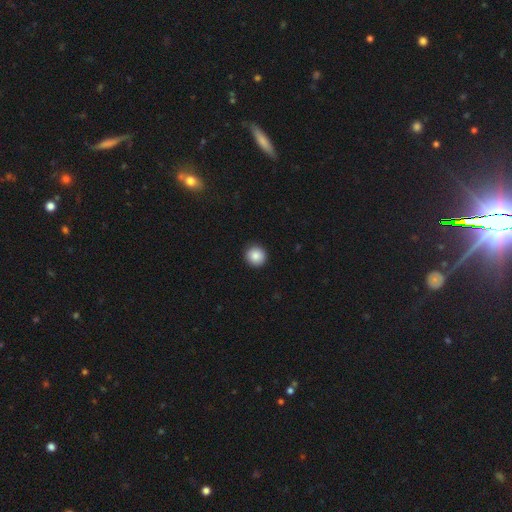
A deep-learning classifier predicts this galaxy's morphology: This appears to be a smooth galaxy with no disk features (87%) that is round (94%). Merging: none (92%).